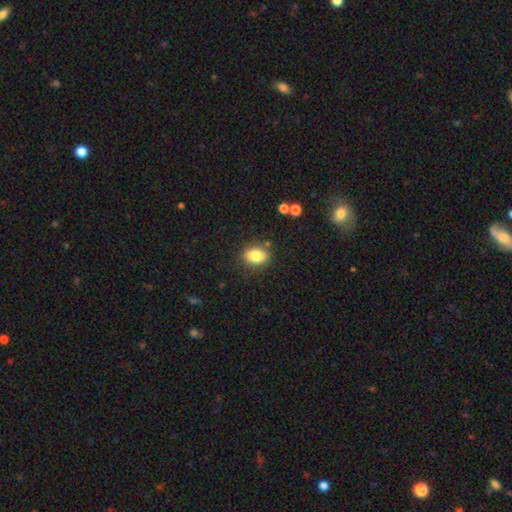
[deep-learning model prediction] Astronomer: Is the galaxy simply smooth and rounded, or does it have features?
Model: smooth — 83%.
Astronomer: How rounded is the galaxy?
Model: in between — 70%.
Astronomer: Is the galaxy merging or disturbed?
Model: none — 81%.